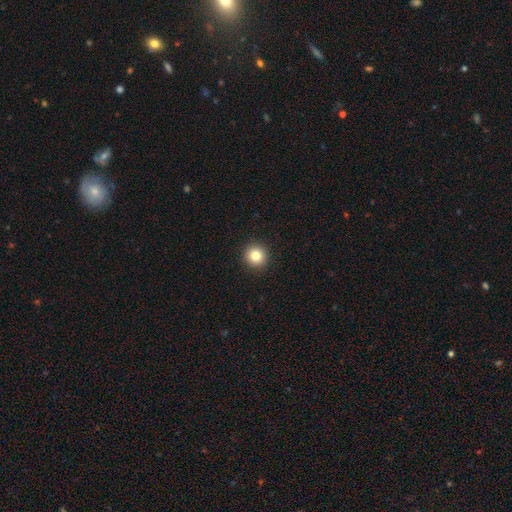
Morphology: type=smooth (79%); roundness=round (90%); merging=none (88%).